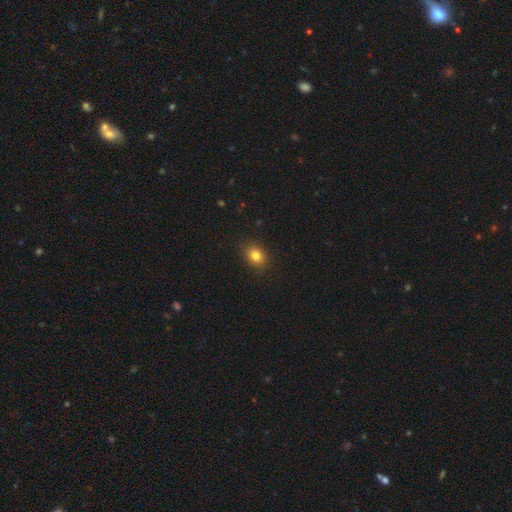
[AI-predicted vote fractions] This is clearly a smooth galaxy (82%). How rounded: possibly in between (52%). Merging: clearly none (88%).